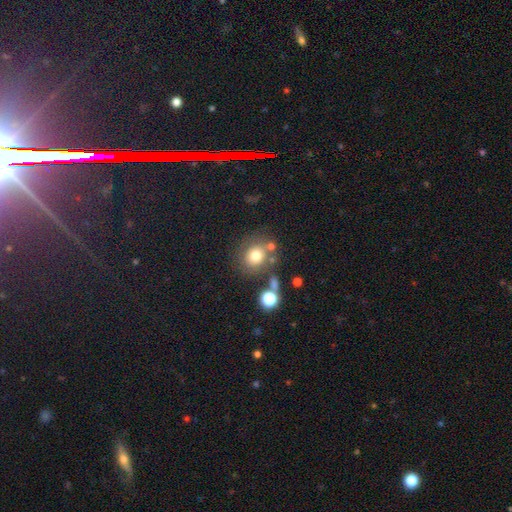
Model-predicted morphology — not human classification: The model was most divided on "merging": none: 70%, minor disturbance: 12%, merger: 12%, major disturbance: 6%. More confident: how rounded — round (83%); smooth or featured — smooth (74%).